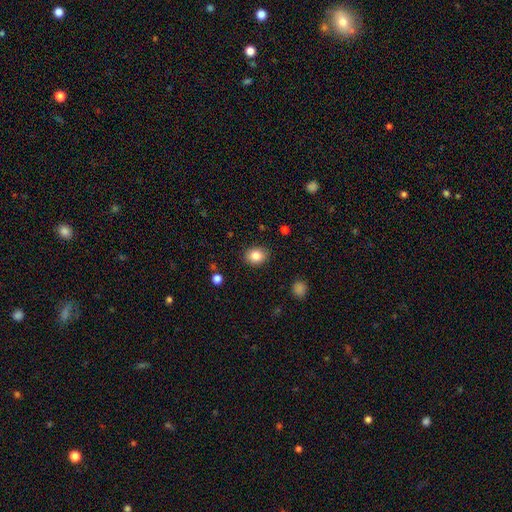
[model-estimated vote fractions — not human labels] Smooth or featured? Predicted: smooth (p=0.84). How rounded? Predicted: round (p=0.51). Merging? Predicted: none (p=0.88).